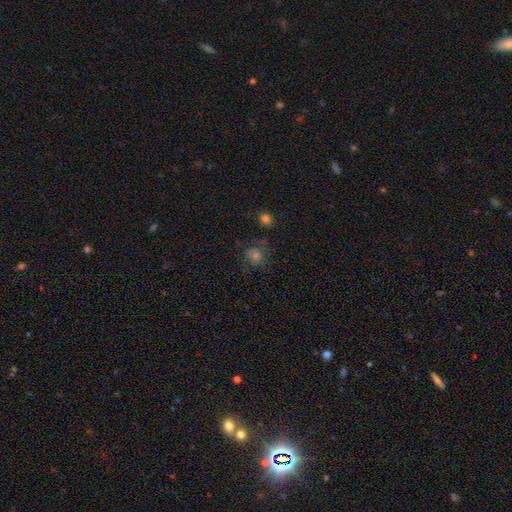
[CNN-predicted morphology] This is possibly a smooth galaxy (47%). Merging: likely none (65%).